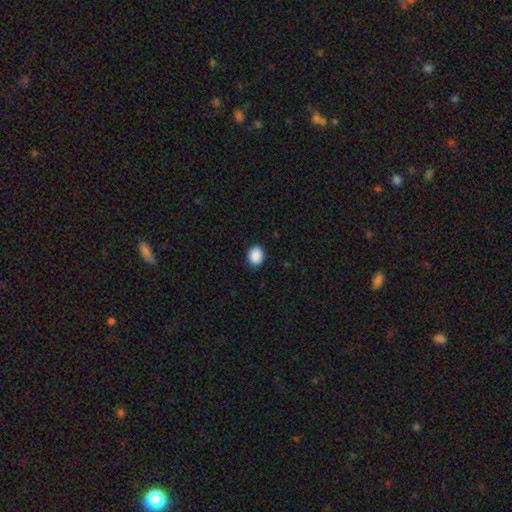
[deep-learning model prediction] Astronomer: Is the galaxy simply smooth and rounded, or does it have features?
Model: smooth — 90%.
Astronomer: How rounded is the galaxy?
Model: round — 60% (runner-up: in between, 39%).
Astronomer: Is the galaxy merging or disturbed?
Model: none — 90%.